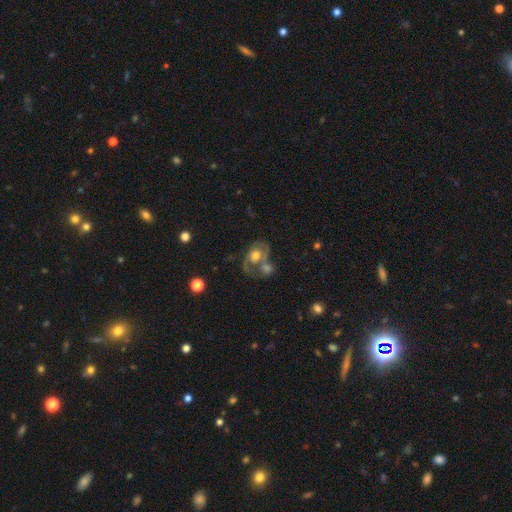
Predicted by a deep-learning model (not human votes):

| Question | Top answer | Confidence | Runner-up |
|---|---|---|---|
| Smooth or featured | featured or disk | 62% | smooth (30%) |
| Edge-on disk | no | 96% | yes (4%) |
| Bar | no | 75% | weak (20%) |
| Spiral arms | yes | 68% | no (32%) |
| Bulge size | moderate | 57% | large (28%) |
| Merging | merger | 46% | none (25%) |